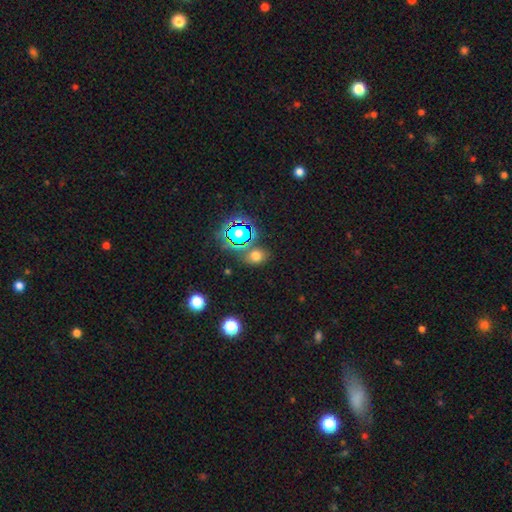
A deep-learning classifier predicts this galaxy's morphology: This appears to be a smooth galaxy with no disk features (61%) that is in between round and cigar-shaped (52%). Merging: none (76%).